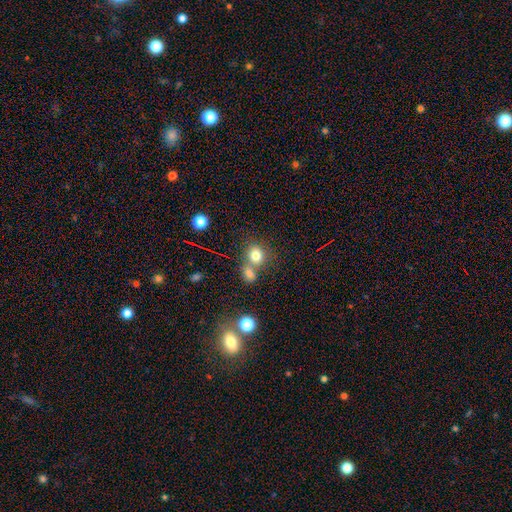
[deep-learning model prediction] A smooth galaxy with no disk features (78%) that is round (72%). Merging: none (49%).